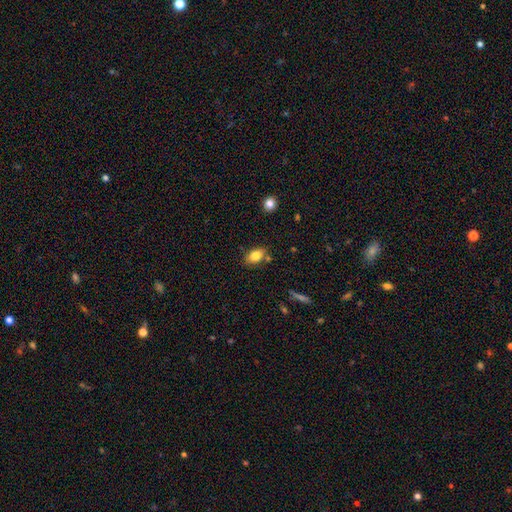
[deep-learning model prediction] This appears to be a smooth galaxy with no disk features (81%) that is in between round and cigar-shaped (84%). Merging: none (79%).